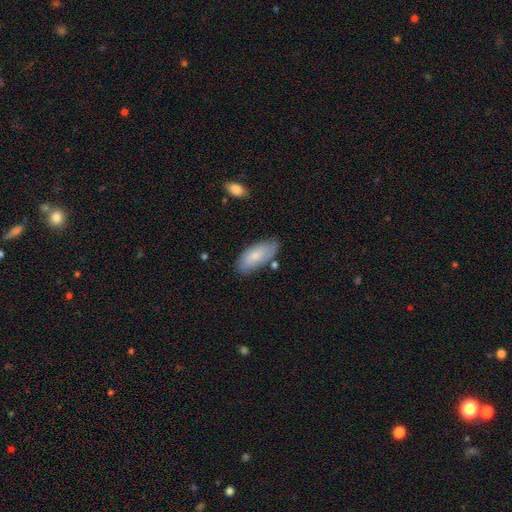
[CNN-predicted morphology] Smooth or featured: smooth — 69% (featured or disk — 25%)
How rounded: in between — 87% (cigar-shaped — 11%)
Merging: none — 73% (minor disturbance — 19%)